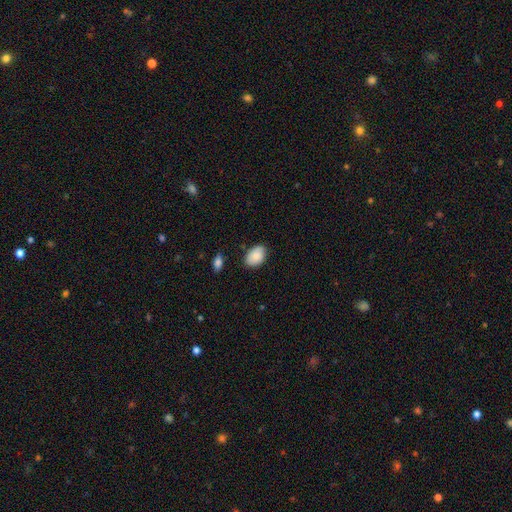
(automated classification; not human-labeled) Q: Smooth or featured?
A: smooth (86%); runner-up: featured or disk (7%)
Q: How rounded?
A: in between (88%); runner-up: round (11%)
Q: Merging?
A: none (79%); runner-up: minor disturbance (16%)